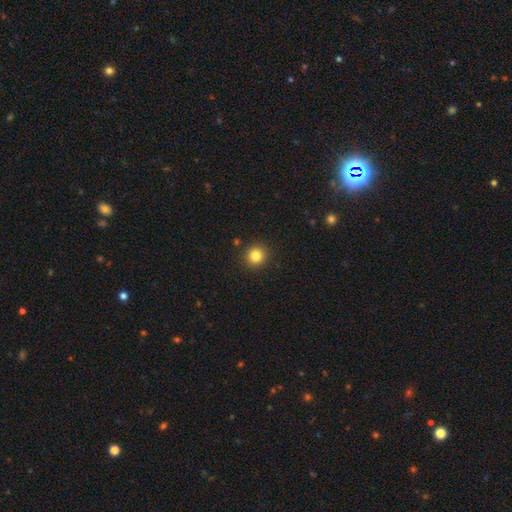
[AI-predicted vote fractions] smooth_or_featured: smooth (p=0.84) [alt: star or artifact p=0.11]
how_rounded: round (p=0.92) [alt: in between p=0.07]
merging: none (p=0.90) [alt: minor disturbance p=0.06]